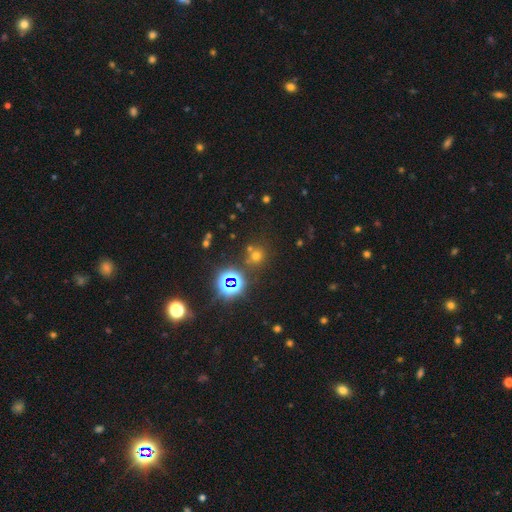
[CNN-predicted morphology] Q: Smooth or featured?
A: smooth (51%); runner-up: star or artifact (42%)
Q: How rounded?
A: round (88%); runner-up: in between (11%)
Q: Merging?
A: none (72%); runner-up: merger (14%)